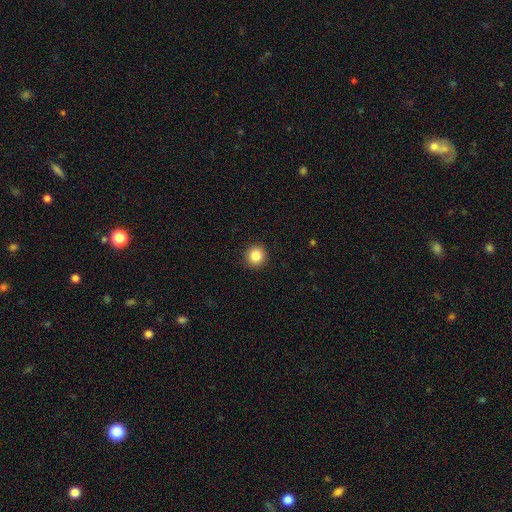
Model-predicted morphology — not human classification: smooth 86%, star or artifact 10%, featured or disk 5%. Down the decision tree: how rounded — round (93%); merging — none (92%).